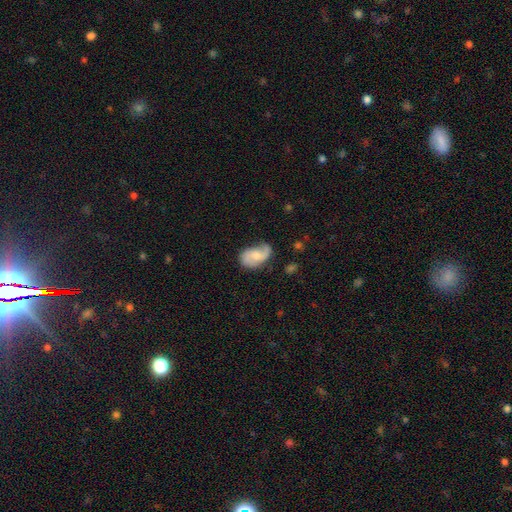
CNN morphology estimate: smooth-or-featured: featured or disk: 61% | smooth: 32% | star or artifact: 6%
  disk-edge-on: no: 97% | yes: 3%
    bar: no: 60% | weak: 34% | strong: 6%
    has-spiral-arms: yes: 90% | no: 10%
      spiral-winding: loose: 52% | medium: 35% | tight: 13%
      spiral-arm-count: 2: 77% | 1: 13% | can't tell: 7% | 3: 1% | 4: 1% | more than 4: 1%
    bulge-size: moderate: 49% | small: 39% | none: 7% | large: 4% | dominant: 1%
  merging: none: 55% | minor disturbance: 30% | major disturbance: 13% | merger: 2%